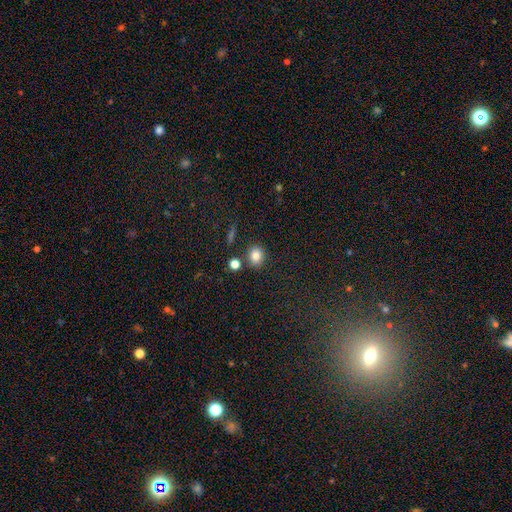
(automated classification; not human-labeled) Smooth or featured? smooth (82%)
How rounded? round (68%)
Merging? none (81%)